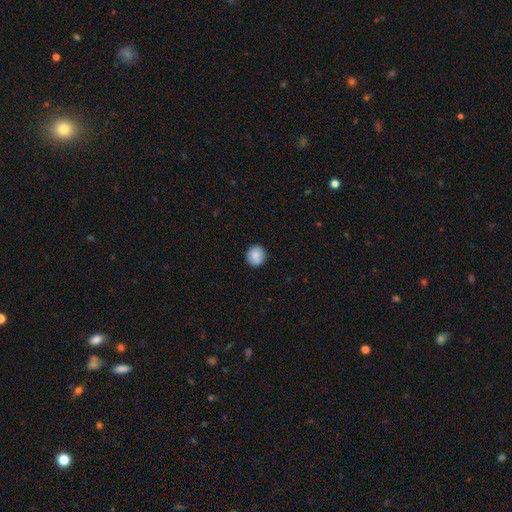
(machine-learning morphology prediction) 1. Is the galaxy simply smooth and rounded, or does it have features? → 87% smooth, 8% star or artifact, 5% featured or disk.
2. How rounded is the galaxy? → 91% round, 8% in between, 1% cigar-shaped.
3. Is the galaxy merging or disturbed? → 91% none, 7% minor disturbance, 2% major disturbance, 1% merger.